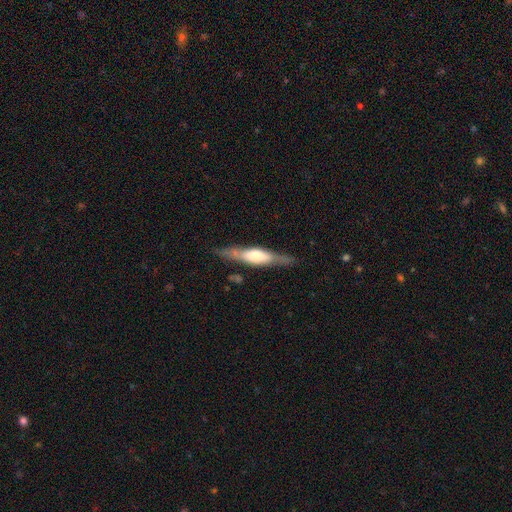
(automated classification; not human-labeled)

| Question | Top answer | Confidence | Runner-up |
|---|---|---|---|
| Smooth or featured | featured or disk | 64% | smooth (30%) |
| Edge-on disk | yes | 92% | no (8%) |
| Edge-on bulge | rounded | 65% | boxy (28%) |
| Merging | none | 81% | minor disturbance (13%) |